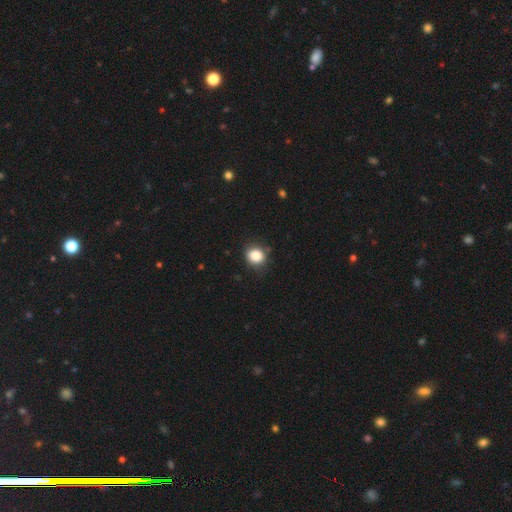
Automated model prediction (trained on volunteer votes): smooth_or_featured: smooth (p=0.86) [alt: star or artifact p=0.10]
how_rounded: round (p=0.76) [alt: in between p=0.23]
merging: none (p=0.80) [alt: minor disturbance p=0.15]